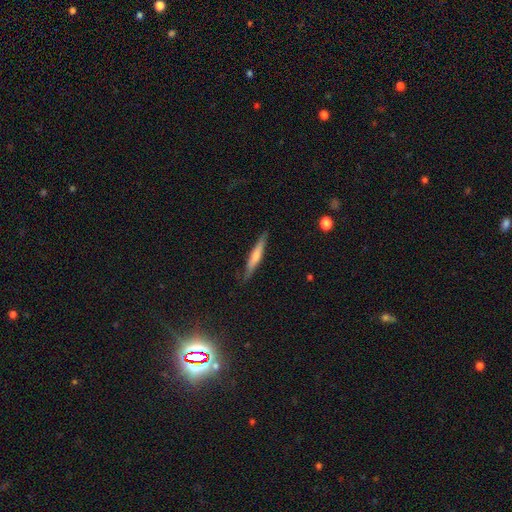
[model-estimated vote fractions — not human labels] smooth_or_featured: featured or disk (p=0.53) [alt: smooth p=0.38]
disk_edge_on: yes (p=0.96) [alt: no p=0.04]
edge_on_bulge: rounded (p=0.63) [alt: none p=0.26]
merging: none (p=0.87) [alt: minor disturbance p=0.10]